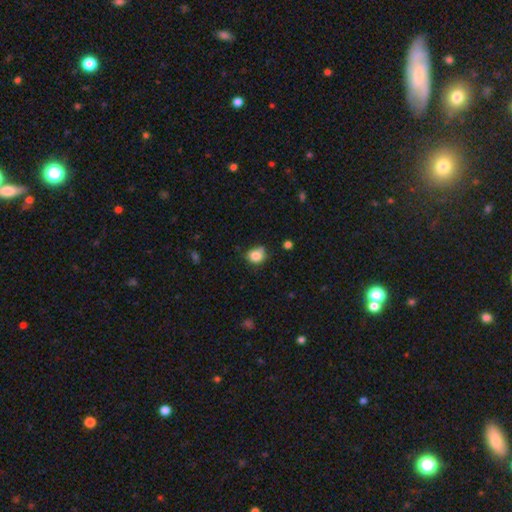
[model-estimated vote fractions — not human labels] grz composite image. It shows a smooth galaxy with no disk features (82%) that is round (63%). Merging: none (56%).